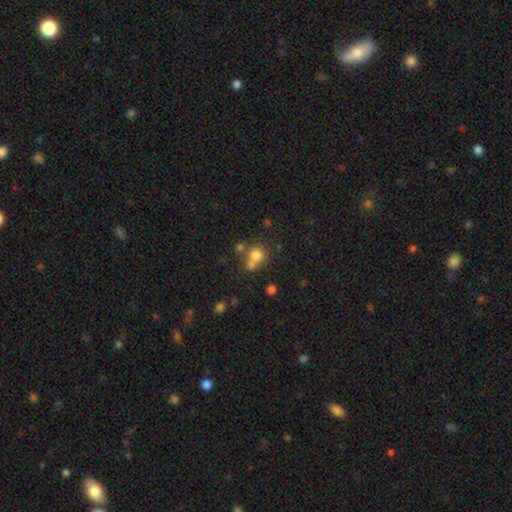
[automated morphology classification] A smooth galaxy with no disk features (74%) that is round (84%). Merging: none (48%).